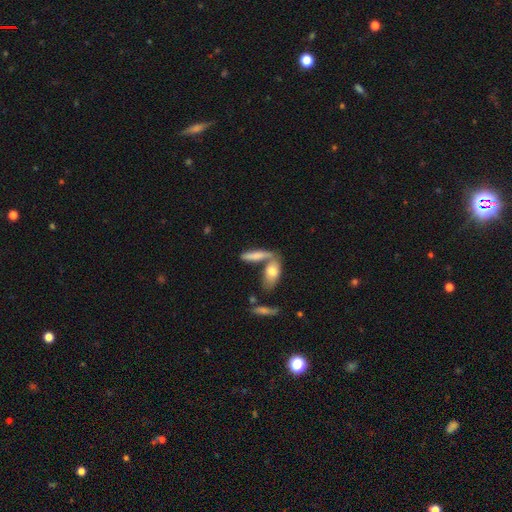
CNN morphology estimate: smooth_or_featured: smooth (p=0.72) [alt: featured or disk p=0.21]
how_rounded: cigar-shaped (p=0.53) [alt: in between p=0.44]
merging: none (p=0.42) [alt: merger p=0.41]